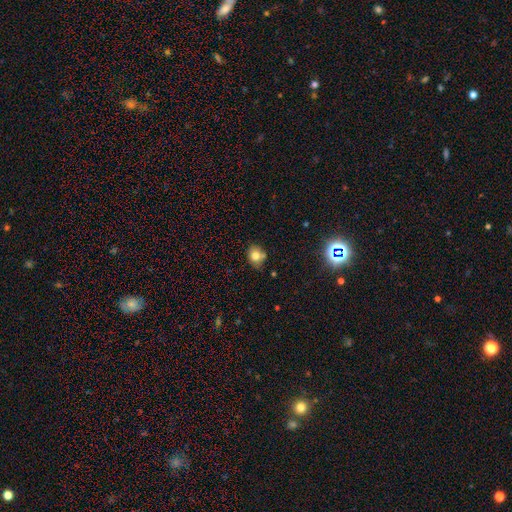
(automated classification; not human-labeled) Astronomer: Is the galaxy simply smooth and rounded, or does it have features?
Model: smooth — 75%.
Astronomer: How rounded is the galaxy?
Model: round — 57% (runner-up: in between, 42%).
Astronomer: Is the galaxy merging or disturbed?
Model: none — 63%.